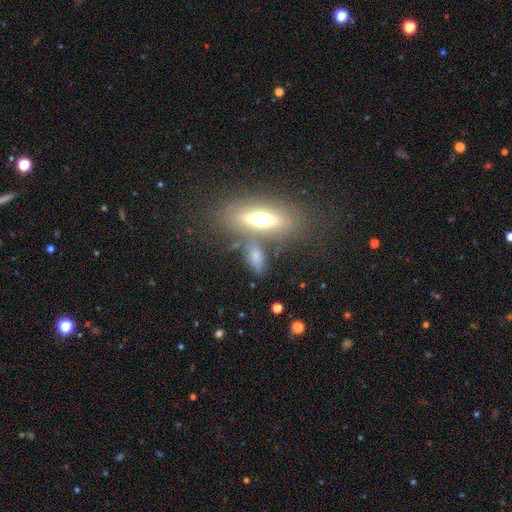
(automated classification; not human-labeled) smooth-or-featured: smooth: 52% | featured or disk: 35% | star or artifact: 14%
  how-rounded: in between: 58% | cigar-shaped: 36% | round: 6%
  merging: none: 60% | merger: 17% | minor disturbance: 15% | major disturbance: 8%